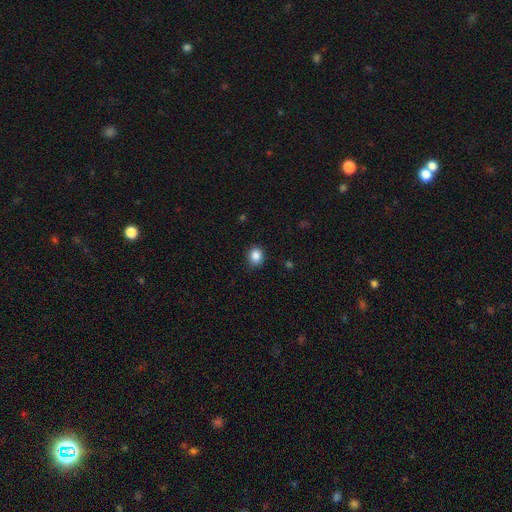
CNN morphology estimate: Q: Smooth or featured?
A: smooth (86%); runner-up: star or artifact (10%)
Q: How rounded?
A: round (73%); runner-up: in between (26%)
Q: Merging?
A: none (87%); runner-up: minor disturbance (10%)